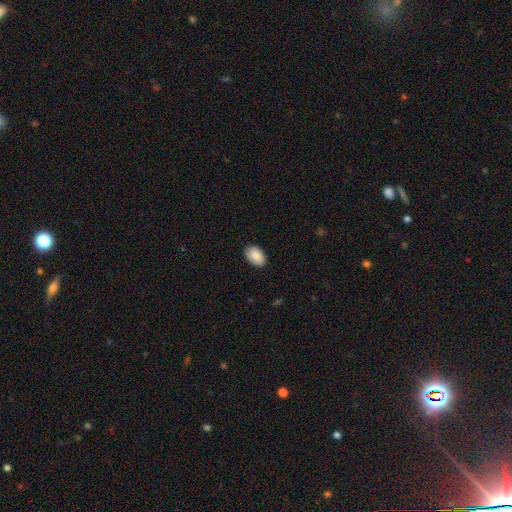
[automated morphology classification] type=smooth (88%); roundness=in between (88%); merging=none (86%).